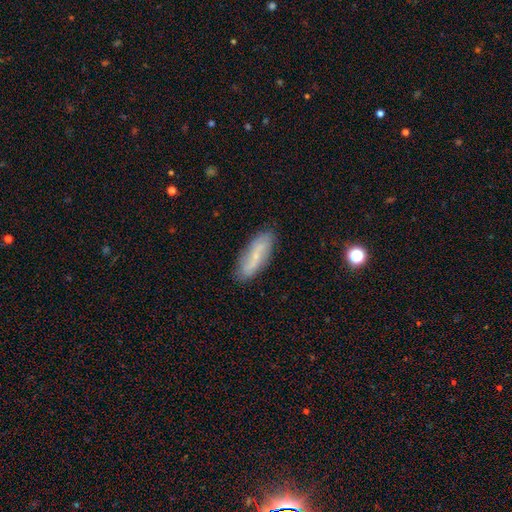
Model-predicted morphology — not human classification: This appears to be a featured or disk galaxy (48%). Merging: none (83%).